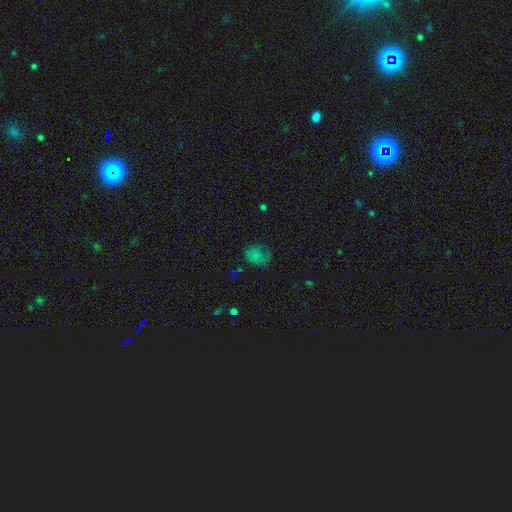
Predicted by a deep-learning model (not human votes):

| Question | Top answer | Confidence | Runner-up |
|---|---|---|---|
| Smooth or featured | smooth | 71% | star or artifact (20%) |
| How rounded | in between | 68% | round (31%) |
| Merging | none | 57% | minor disturbance (27%) |